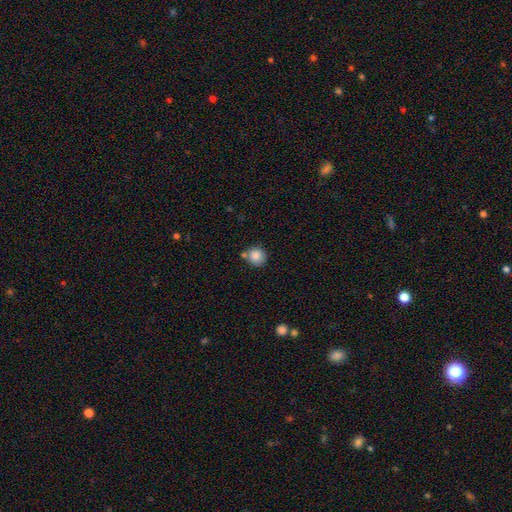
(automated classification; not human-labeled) A smooth galaxy with no disk features (86%) that is round (89%).

Vote fractions:
- Smooth or featured? smooth: 86% / star or artifact: 9% / featured or disk: 5%
- How rounded? round: 89% / in between: 10% / cigar-shaped: 1%
- Merging? none: 69% / merger: 14% / minor disturbance: 14% / major disturbance: 4%